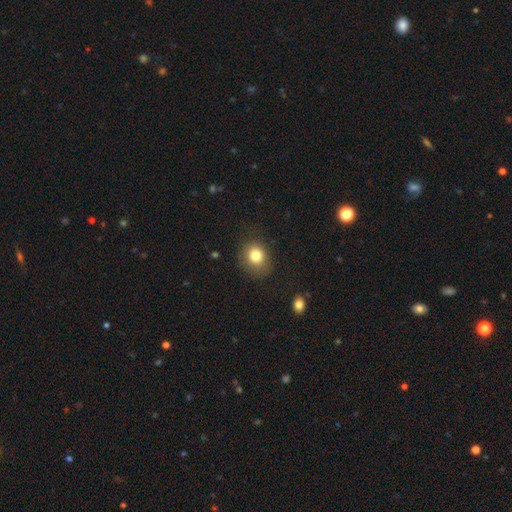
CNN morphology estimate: smooth-or-featured: smooth: 80% | star or artifact: 11% | featured or disk: 9%
  how-rounded: round: 64% | in between: 35% | cigar-shaped: 1%
  merging: none: 79% | minor disturbance: 15% | major disturbance: 5% | merger: 1%